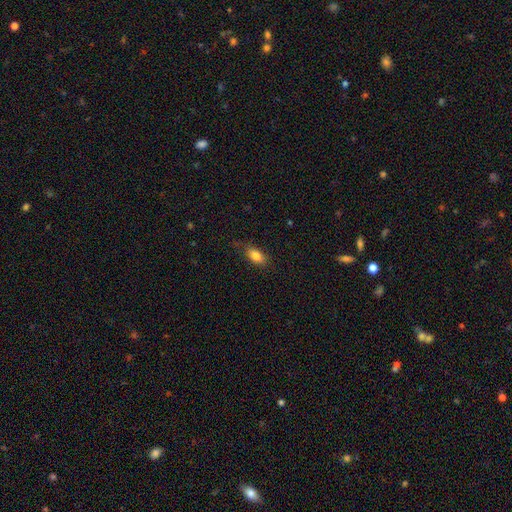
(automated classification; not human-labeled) Overall: smooth (83%). How rounded: in between (87%). Merging: none (76%).